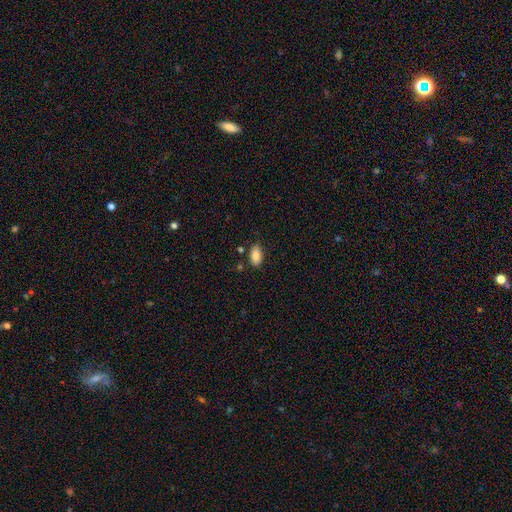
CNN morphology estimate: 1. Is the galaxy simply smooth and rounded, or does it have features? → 87% smooth, 8% star or artifact, 5% featured or disk.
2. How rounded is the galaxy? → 92% in between, 4% round, 4% cigar-shaped.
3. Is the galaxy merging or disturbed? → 79% none, 15% minor disturbance, 4% merger, 3% major disturbance.